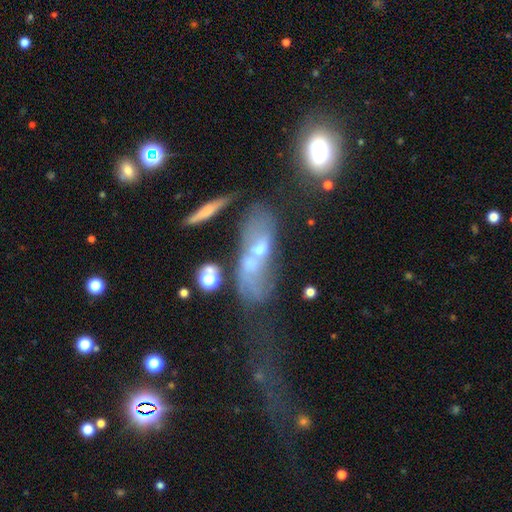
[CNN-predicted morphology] smooth-or-featured: featured or disk: 51% | smooth: 34% | star or artifact: 15%
  disk-edge-on: no: 79% | yes: 21%
  merging: merger: 32% | none: 28% | major disturbance: 24% | minor disturbance: 17%